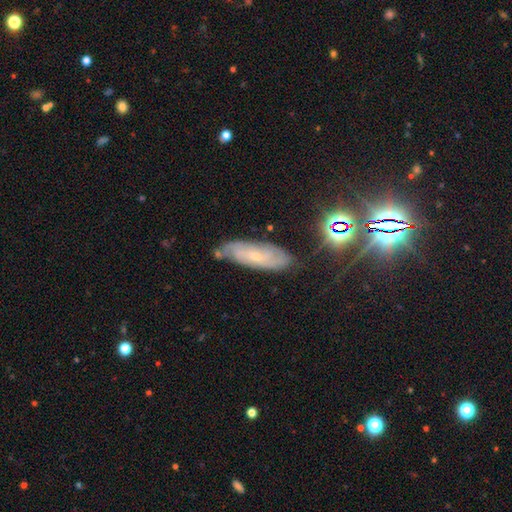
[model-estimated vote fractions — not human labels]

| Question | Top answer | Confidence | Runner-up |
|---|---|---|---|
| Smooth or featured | featured or disk | 63% | smooth (25%) |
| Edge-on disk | no | 81% | yes (19%) |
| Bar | no | 62% | weak (30%) |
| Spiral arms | yes | 86% | no (14%) |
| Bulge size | small | 74% | moderate (20%) |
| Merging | none | 72% | minor disturbance (20%) |